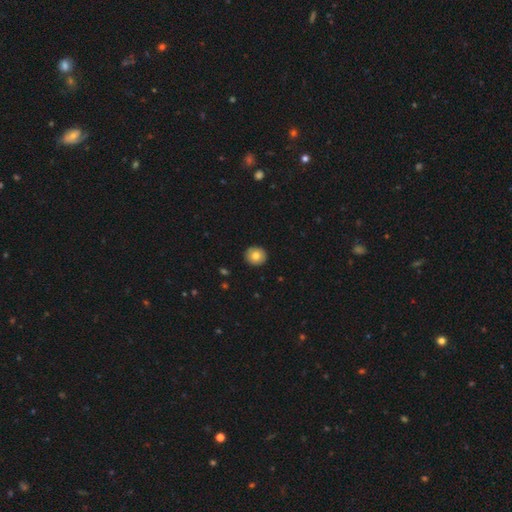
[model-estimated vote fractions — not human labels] Smooth or featured? smooth (79%)
How rounded? round (85%)
Merging? none (92%)